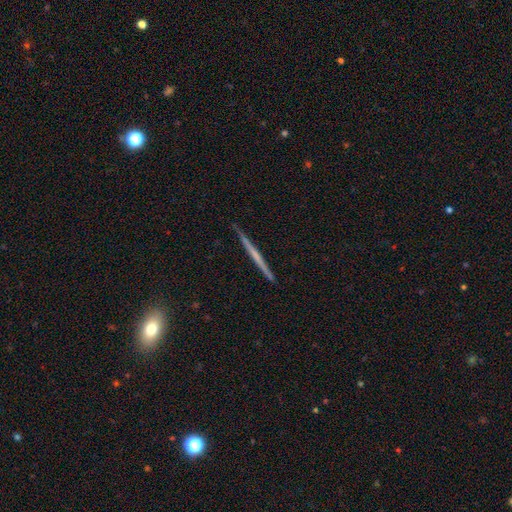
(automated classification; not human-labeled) This appears to be a featured or disk galaxy (61%) viewed edge-on (98%) with no central bulge (80%). Merging: none (92%).